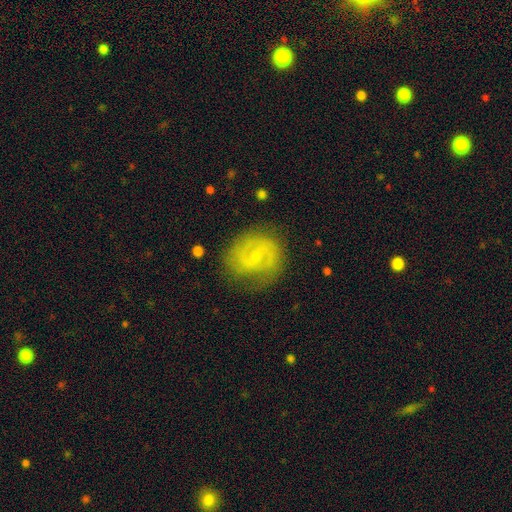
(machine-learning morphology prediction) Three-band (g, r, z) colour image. It shows a featured or disk galaxy (75%) with a weak bar (51%), 2 (79%) medium (48%) spiral arms (89%) and a small central bulge (74%). Merging: none (75%).